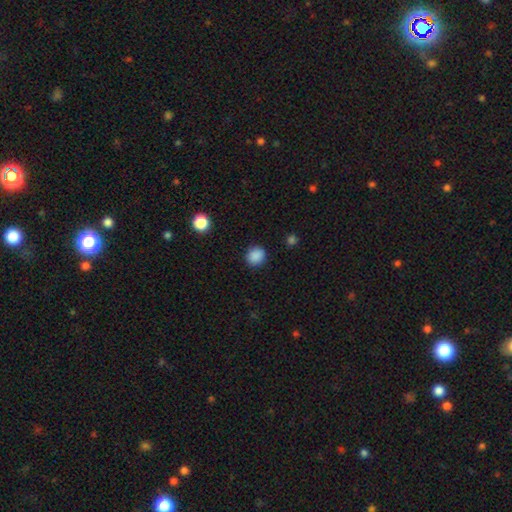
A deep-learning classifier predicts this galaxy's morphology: This appears to be a smooth galaxy with no disk features (87%) that is round (80%). Merging: none (88%).